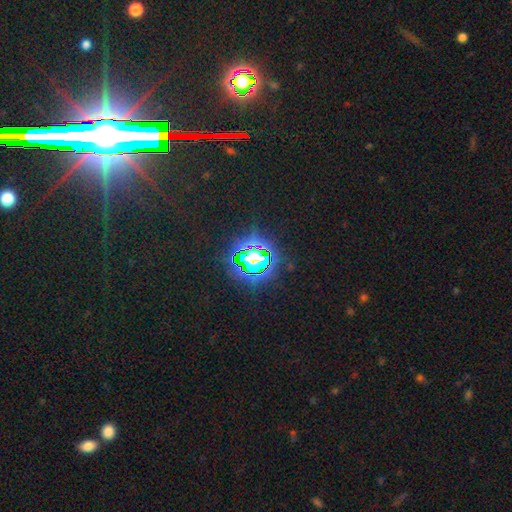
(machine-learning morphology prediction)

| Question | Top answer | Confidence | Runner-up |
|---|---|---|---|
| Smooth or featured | star or artifact | 76% | smooth (13%) |